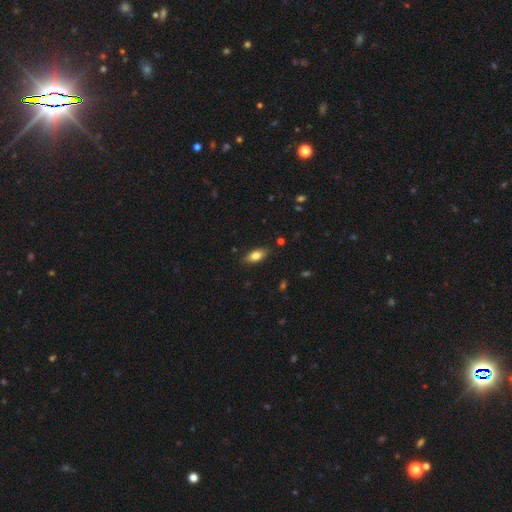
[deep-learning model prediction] A smooth galaxy with no disk features (80%) that is in between round and cigar-shaped (84%). Merging: none (86%).